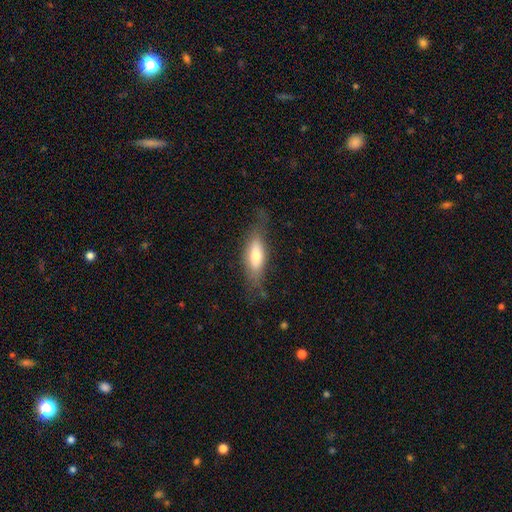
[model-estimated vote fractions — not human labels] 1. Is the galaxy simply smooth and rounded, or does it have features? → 62% smooth, 32% featured or disk, 7% star or artifact.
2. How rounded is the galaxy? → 54% in between, 44% cigar-shaped, 2% round.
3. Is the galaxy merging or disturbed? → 66% none, 23% minor disturbance, 9% major disturbance, 2% merger.